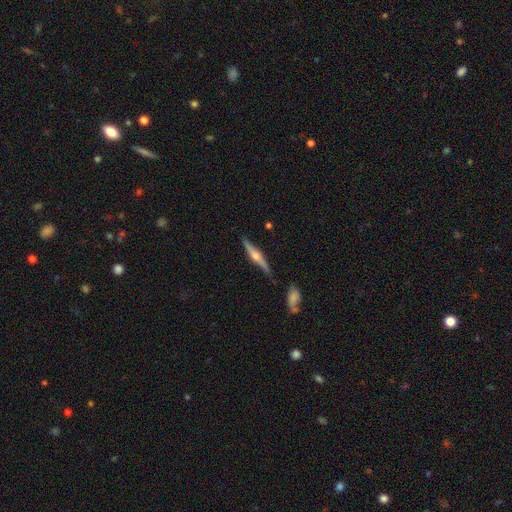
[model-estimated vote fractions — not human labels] Smooth or featured? featured or disk (69%)
Edge-on disk? yes (96%)
Edge-on bulge? rounded (90%)
Merging? none (78%)